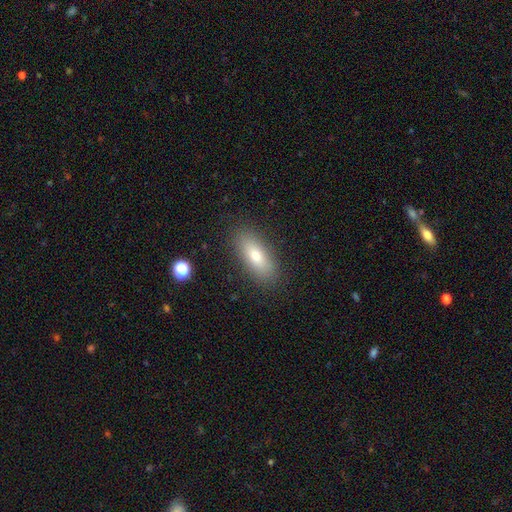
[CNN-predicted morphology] Smooth or featured?
  - smooth: 71% *
  - featured or disk: 20%
  - star or artifact: 9%
How rounded?
  - in between: 72% *
  - cigar-shaped: 25%
  - round: 4%
Merging?
  - none: 86% *
  - minor disturbance: 9%
  - major disturbance: 3%
  - merger: 1%